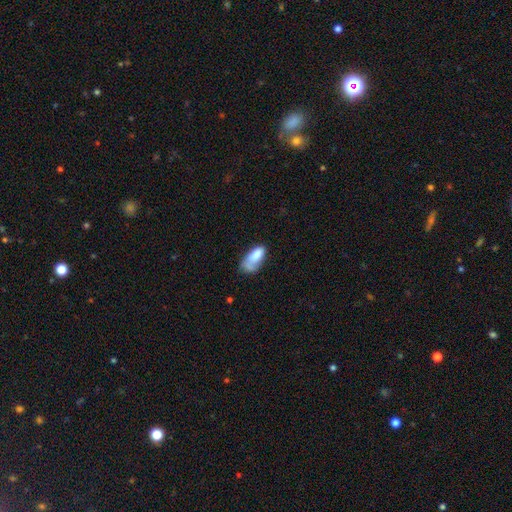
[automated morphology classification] Q: Smooth or featured?
A: smooth (75%); runner-up: featured or disk (17%)
Q: How rounded?
A: in between (88%); runner-up: cigar-shaped (9%)
Q: Merging?
A: none (32%); runner-up: minor disturbance (30%)